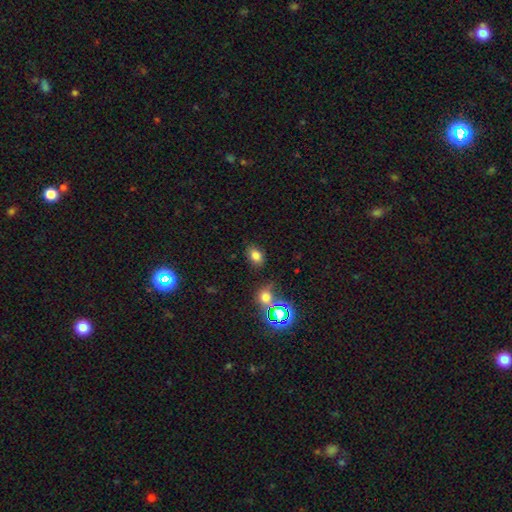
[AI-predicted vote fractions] Q: Smooth or featured?
A: smooth (73%); runner-up: star or artifact (20%)
Q: How rounded?
A: in between (77%); runner-up: round (21%)
Q: Merging?
A: none (78%); runner-up: minor disturbance (14%)